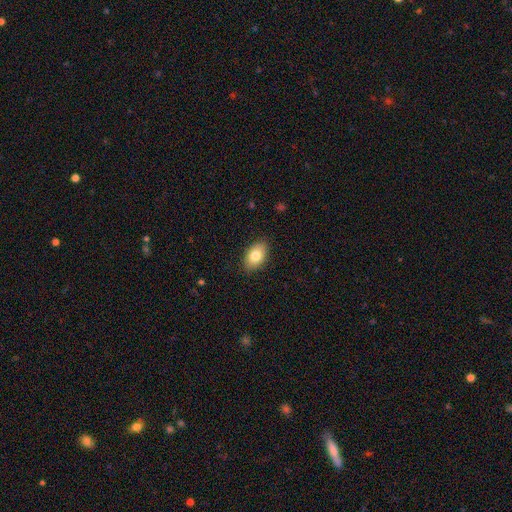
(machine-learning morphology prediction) type=smooth (81%); roundness=in between (89%); merging=none (87%).